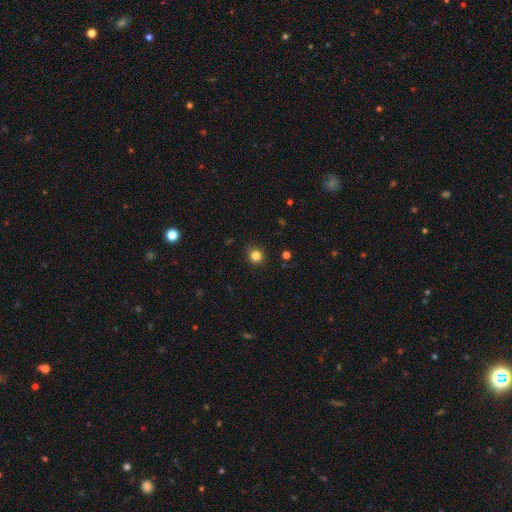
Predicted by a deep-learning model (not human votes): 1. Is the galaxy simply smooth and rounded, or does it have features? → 83% smooth, 13% star or artifact, 4% featured or disk.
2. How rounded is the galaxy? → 90% round, 9% in between, 1% cigar-shaped.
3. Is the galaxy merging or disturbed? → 89% none, 8% minor disturbance, 2% major disturbance, 1% merger.